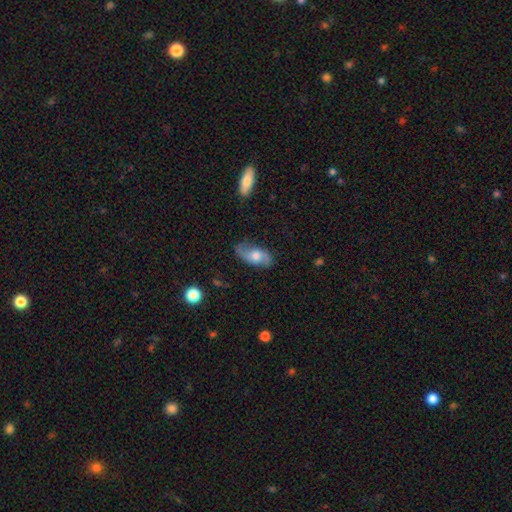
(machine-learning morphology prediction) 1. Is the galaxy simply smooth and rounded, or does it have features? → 56% featured or disk, 37% smooth, 7% star or artifact.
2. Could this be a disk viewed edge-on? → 90% no, 10% yes.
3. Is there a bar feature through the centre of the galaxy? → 65% no, 29% weak, 6% strong.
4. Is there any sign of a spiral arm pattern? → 85% yes, 15% no.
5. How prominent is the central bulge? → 60% moderate, 17% large, 17% small, 3% none, 2% dominant.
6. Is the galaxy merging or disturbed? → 73% none, 20% minor disturbance, 6% major disturbance, 2% merger.